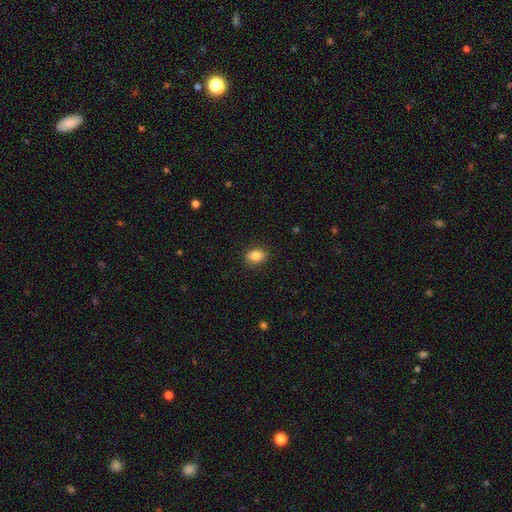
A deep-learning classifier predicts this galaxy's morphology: Overall: smooth (83%). How rounded: in between (77%). Merging: none (87%).